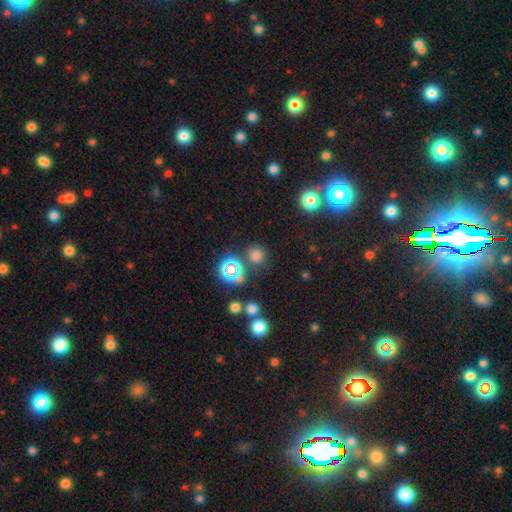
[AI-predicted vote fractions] The model was most divided on "smooth or featured": smooth: 65%, star or artifact: 29%, featured or disk: 6%. More confident: how rounded — round (89%); merging — none (77%).